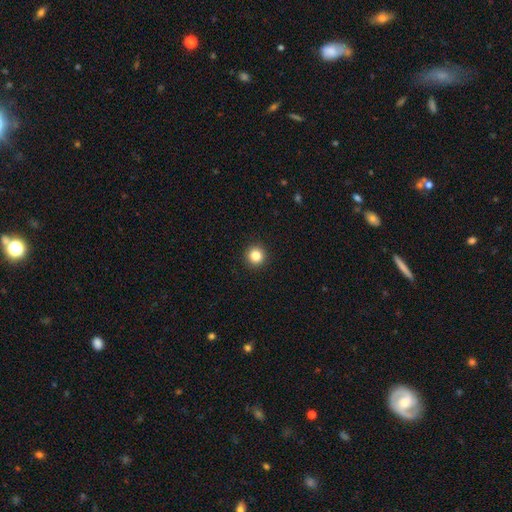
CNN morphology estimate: Smooth or featured? Predicted: smooth (p=0.84). How rounded? Predicted: round (p=0.95). Merging? Predicted: none (p=0.93).